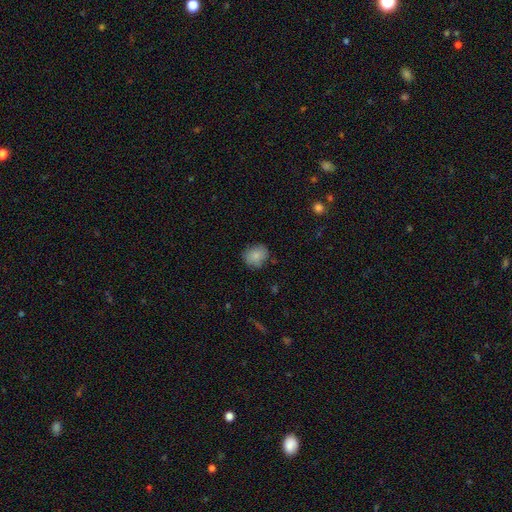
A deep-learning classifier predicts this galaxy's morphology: type=smooth (85%); roundness=round (68%); merging=none (78%).